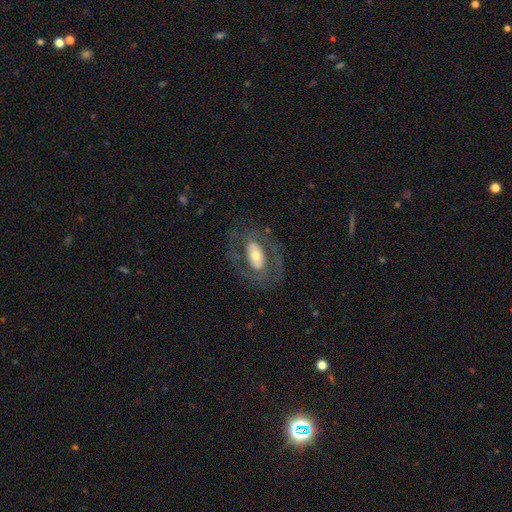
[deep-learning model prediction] A featured or disk galaxy (65%) with no bar (45%), spiral arms (58%) and a moderate central bulge (51%).

Vote fractions:
- Smooth or featured? featured or disk: 65% / smooth: 28% / star or artifact: 6%
- Edge-on disk? no: 93% / yes: 7%
- Bar? no: 45% / weak: 29% / strong: 26%
- Spiral arms? yes: 58% / no: 42%
- Bulge size? moderate: 51% / small: 27% / large: 18% / dominant: 2% / none: 2%
- Merging? none: 71% / minor disturbance: 14% / major disturbance: 13% / merger: 1%